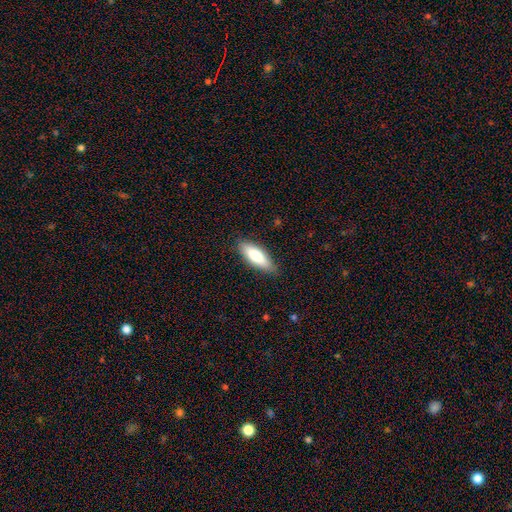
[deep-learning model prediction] This is likely a smooth galaxy (77%). How rounded: likely in between (63%). Merging: clearly none (85%).